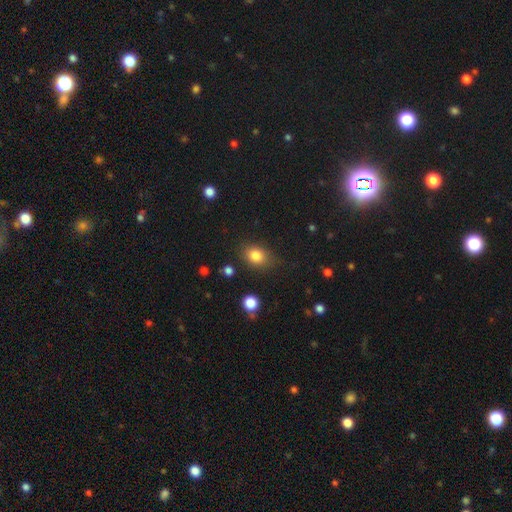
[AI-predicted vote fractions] Smooth or featured: smooth — 83% (star or artifact — 10%)
How rounded: in between — 64% (round — 35%)
Merging: none — 77% (minor disturbance — 16%)